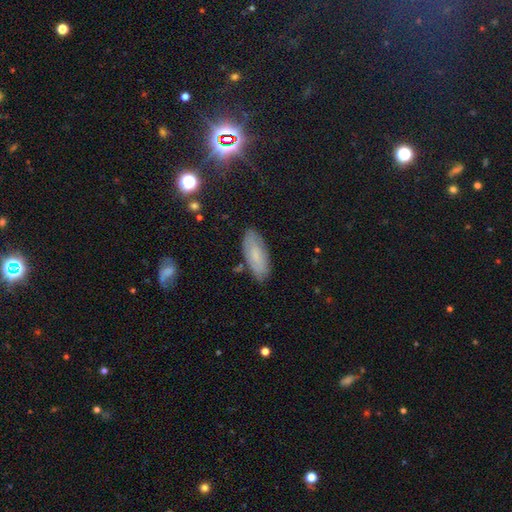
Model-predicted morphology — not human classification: Smooth or featured?
  - smooth: 62% *
  - featured or disk: 28%
  - star or artifact: 10%
How rounded?
  - in between: 77% *
  - cigar-shaped: 20%
  - round: 2%
Merging?
  - none: 80% *
  - minor disturbance: 15%
  - major disturbance: 3%
  - merger: 2%